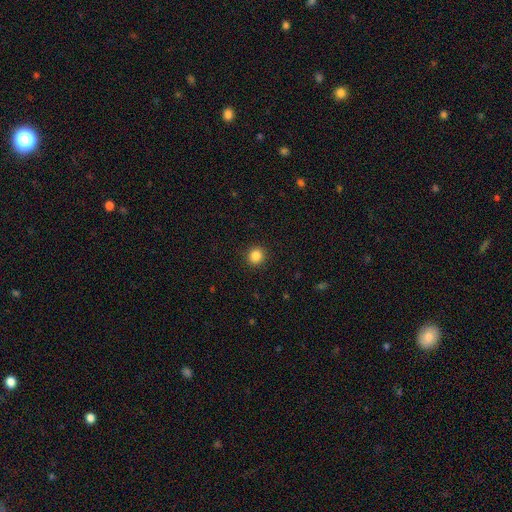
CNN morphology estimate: smooth 86%, star or artifact 10%, featured or disk 4%. Down the decision tree: how rounded — round (91%); merging — none (92%).